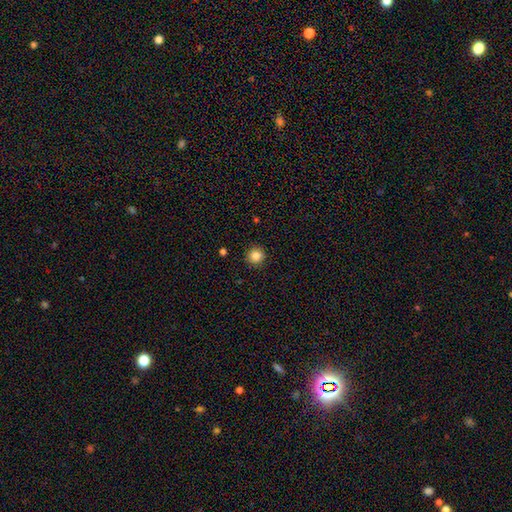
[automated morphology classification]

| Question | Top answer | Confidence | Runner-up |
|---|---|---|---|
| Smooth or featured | smooth | 85% | star or artifact (11%) |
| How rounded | round | 94% | in between (5%) |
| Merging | none | 91% | minor disturbance (6%) |